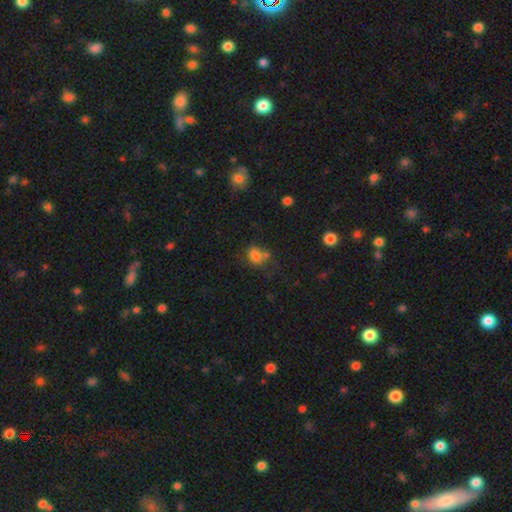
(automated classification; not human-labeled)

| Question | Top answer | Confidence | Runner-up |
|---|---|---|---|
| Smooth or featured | smooth | 71% | star or artifact (15%) |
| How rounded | in between | 59% | round (39%) |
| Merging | none | 40% | merger (26%) |